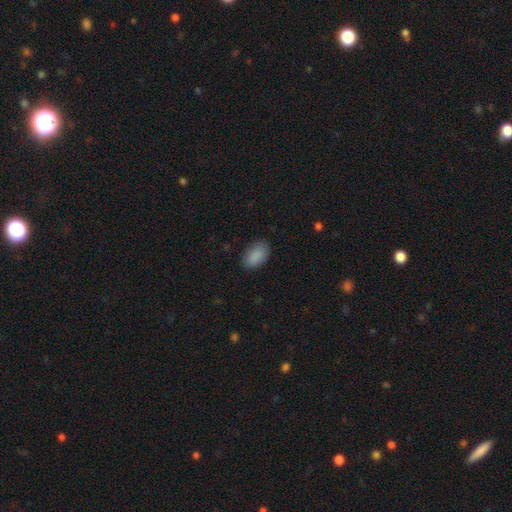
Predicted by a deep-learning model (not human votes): Overall: smooth (90%). How rounded: in between (93%). Merging: none (85%).